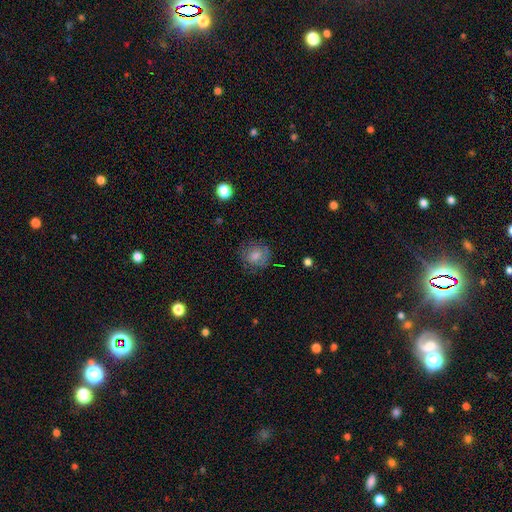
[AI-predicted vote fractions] Q: Smooth or featured?
A: smooth (55%); runner-up: featured or disk (29%)
Q: How rounded?
A: round (80%); runner-up: in between (19%)
Q: Merging?
A: none (77%); runner-up: minor disturbance (16%)